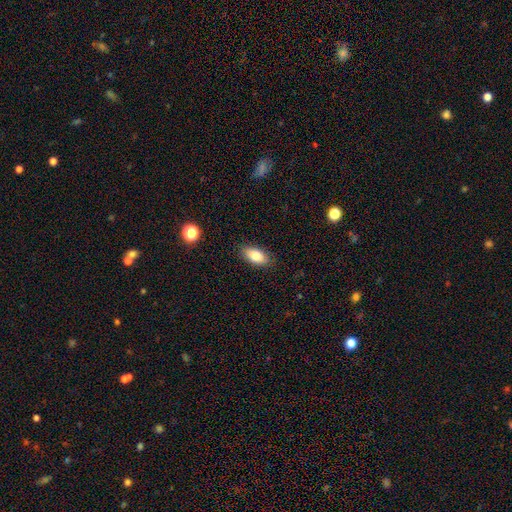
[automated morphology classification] Smooth or featured?
  - smooth: 82% *
  - featured or disk: 11%
  - star or artifact: 7%
How rounded?
  - in between: 90% *
  - cigar-shaped: 6%
  - round: 4%
Merging?
  - none: 86% *
  - minor disturbance: 10%
  - major disturbance: 2%
  - merger: 1%